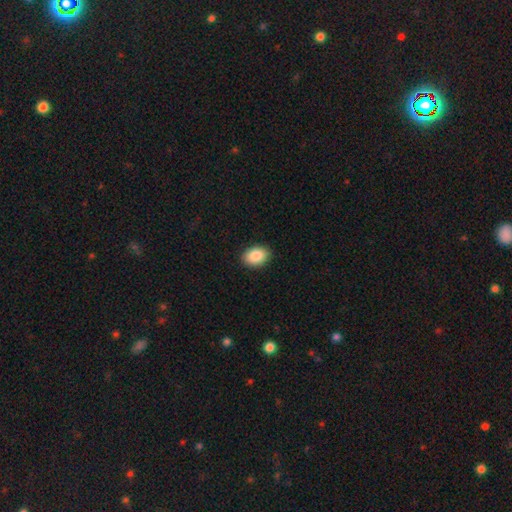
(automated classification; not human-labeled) Morphology: type=smooth (88%); roundness=in between (83%); merging=none (90%).